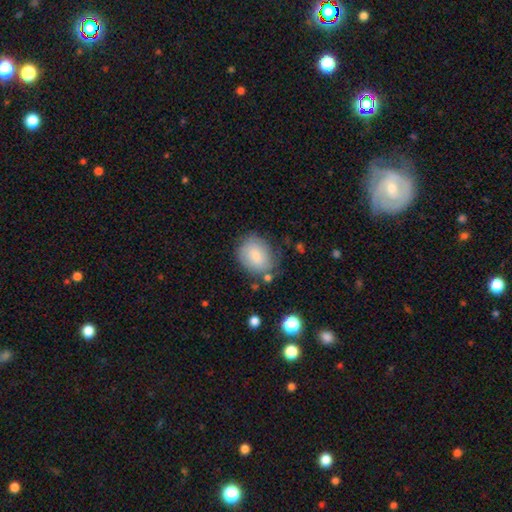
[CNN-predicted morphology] This is likely a smooth galaxy (78%). How rounded: possibly in between (52%). Merging: likely none (68%).